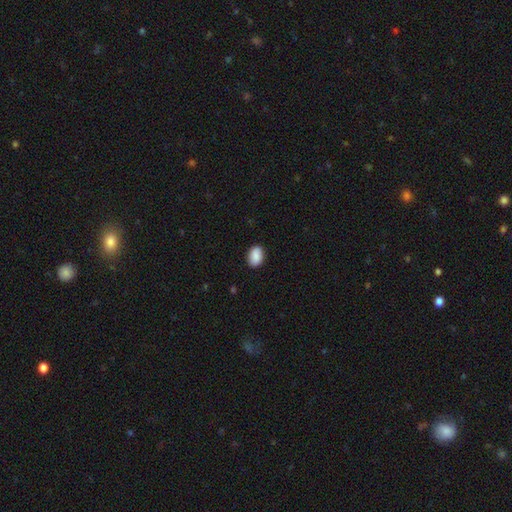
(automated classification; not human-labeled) This appears to be a smooth galaxy with no disk features (89%) that is in between round and cigar-shaped (84%). Merging: none (87%).